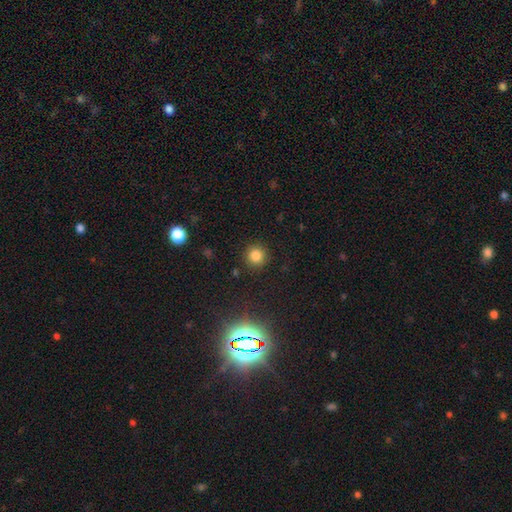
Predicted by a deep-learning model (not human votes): smooth_or_featured: smooth (p=0.81) [alt: star or artifact p=0.14]
how_rounded: round (p=0.93) [alt: in between p=0.06]
merging: none (p=0.90) [alt: minor disturbance p=0.06]